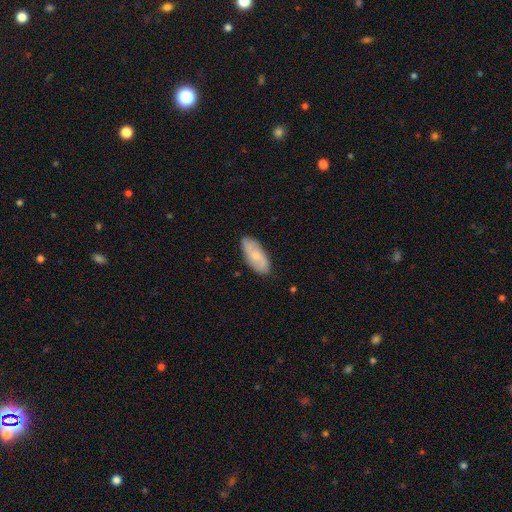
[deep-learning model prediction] Smooth or featured? smooth (56%)
How rounded? in between (84%)
Merging? none (84%)